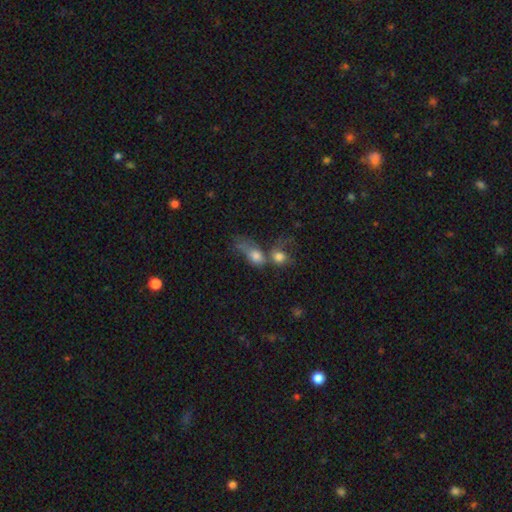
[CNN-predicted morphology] type=smooth (69%); roundness=in between (61%); merging=merger (68%).